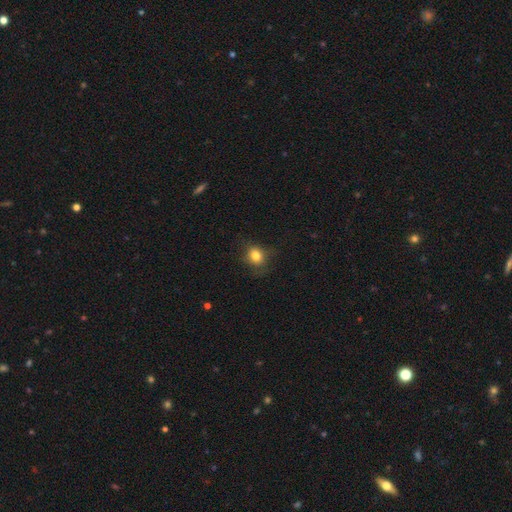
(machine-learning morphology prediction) Smooth or featured? Predicted: smooth (p=0.81). How rounded? Predicted: round (p=0.65). Merging? Predicted: none (p=0.74).